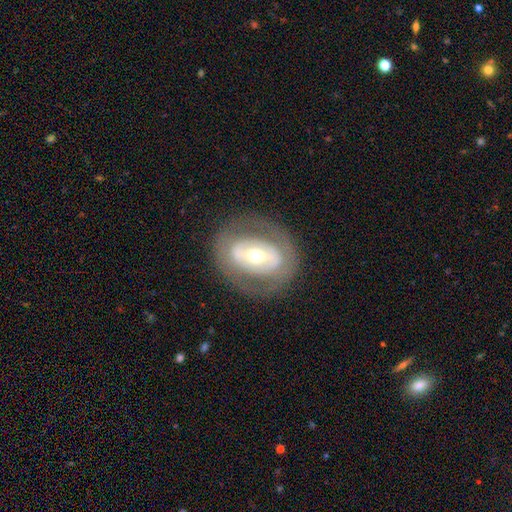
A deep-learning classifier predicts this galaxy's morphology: A featured or disk galaxy (65%) with no bar (41%), no spiral arms (78%) and a moderate central bulge (57%).

Vote fractions:
- Smooth or featured? featured or disk: 65% / smooth: 29% / star or artifact: 6%
- Edge-on disk? no: 92% / yes: 8%
- Bar? no: 41% / strong: 33% / weak: 27%
- Spiral arms? no: 78% / yes: 22%
- Bulge size? moderate: 57% / small: 35% / large: 7% / dominant: 1% / none: 1%
- Merging? none: 78% / minor disturbance: 12% / major disturbance: 9% / merger: 1%